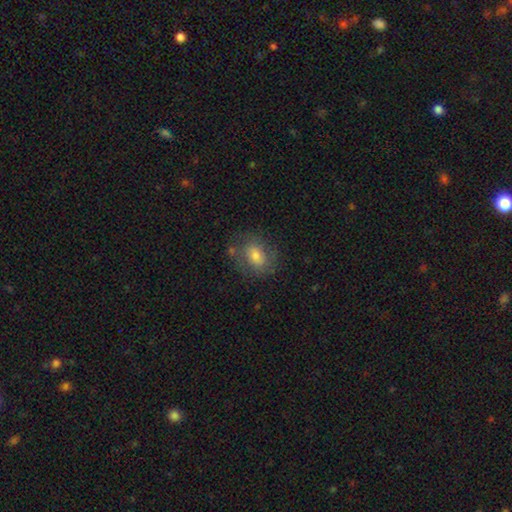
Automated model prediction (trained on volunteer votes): Smooth or featured? Predicted: smooth (p=0.68). How rounded? Predicted: in between (p=0.60). Merging? Predicted: none (p=0.70).